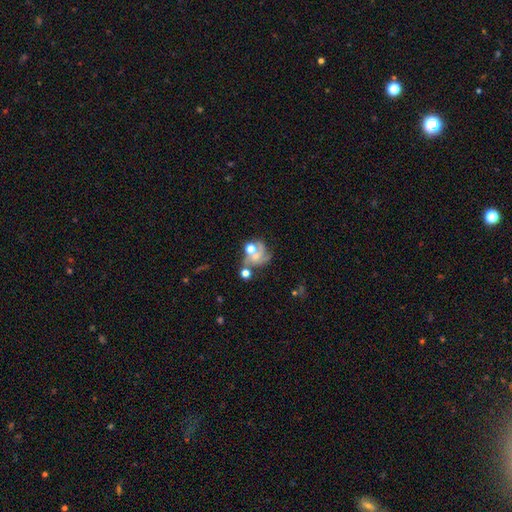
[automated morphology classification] The model was most divided on "merging": none: 35%, merger: 29%, major disturbance: 20%, minor disturbance: 15%. Remaining: edge-on disk — no (98%); spiral arms — yes (78%); bar — no (75%); smooth or featured — featured or disk (58%); bulge size — moderate (46%).